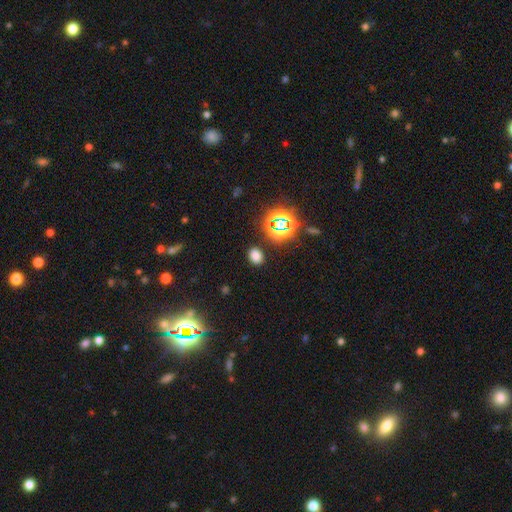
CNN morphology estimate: smooth_or_featured: smooth (p=0.70) [alt: star or artifact p=0.25]
how_rounded: in between (p=0.56) [alt: round p=0.42]
merging: none (p=0.87) [alt: minor disturbance p=0.08]